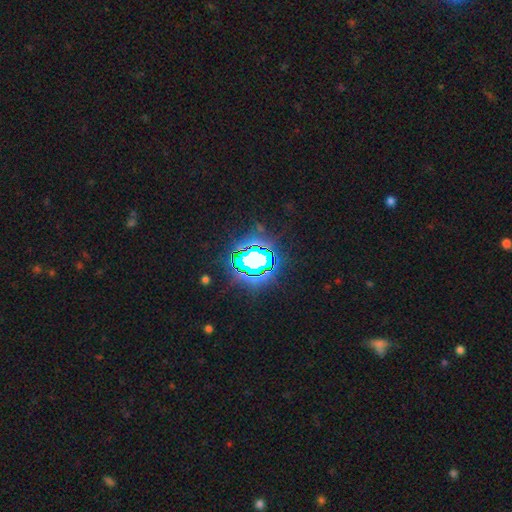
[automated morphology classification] A star or artifact, not a galaxy (73%).